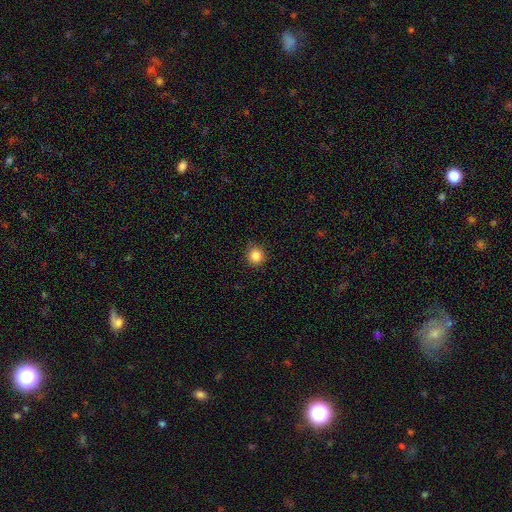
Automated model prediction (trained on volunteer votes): Smooth or featured?
  - smooth: 85% *
  - star or artifact: 11%
  - featured or disk: 4%
How rounded?
  - round: 93% *
  - in between: 6%
  - cigar-shaped: 1%
Merging?
  - none: 87% *
  - minor disturbance: 10%
  - major disturbance: 2%
  - merger: 1%